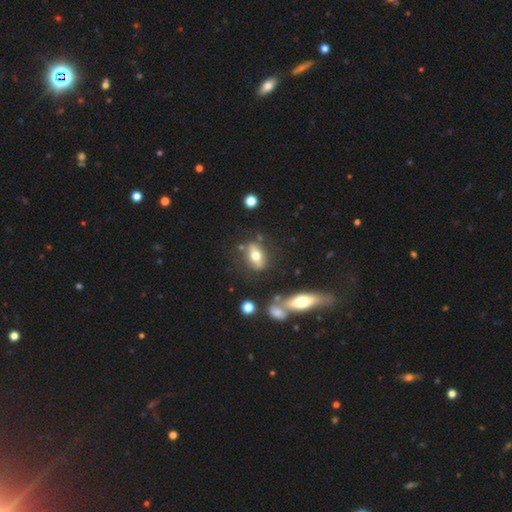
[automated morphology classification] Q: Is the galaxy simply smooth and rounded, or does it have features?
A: smooth — 59%.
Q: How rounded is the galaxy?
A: in between — 77%.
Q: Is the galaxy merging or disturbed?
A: none — 71%.